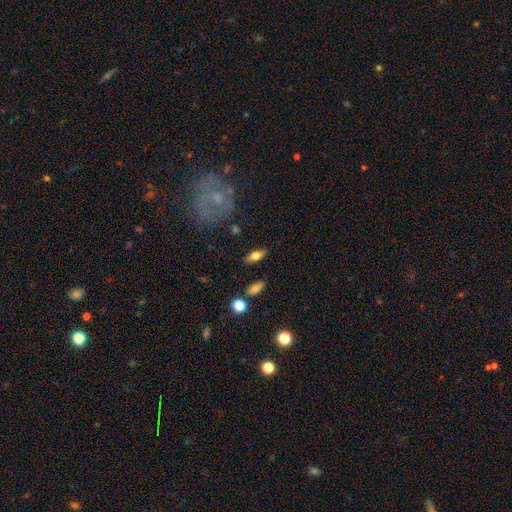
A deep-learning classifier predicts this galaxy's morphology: type=smooth (64%); roundness=in between (75%); merging=none (84%).